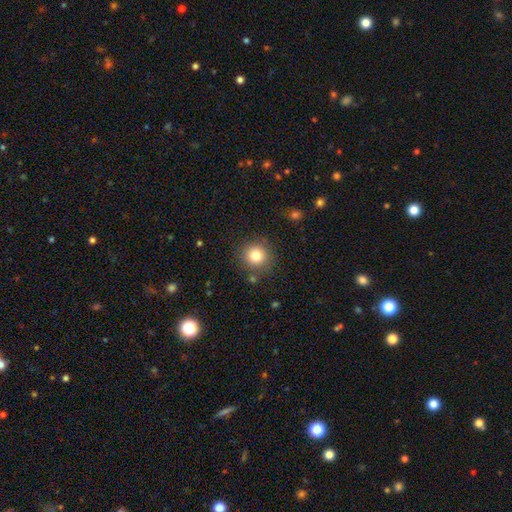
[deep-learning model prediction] A smooth galaxy with no disk features (80%) that is round (93%).

Vote fractions:
- Smooth or featured? smooth: 80% / star or artifact: 11% / featured or disk: 8%
- How rounded? round: 93% / in between: 6% / cigar-shaped: 1%
- Merging? none: 84% / minor disturbance: 9% / merger: 3% / major disturbance: 3%